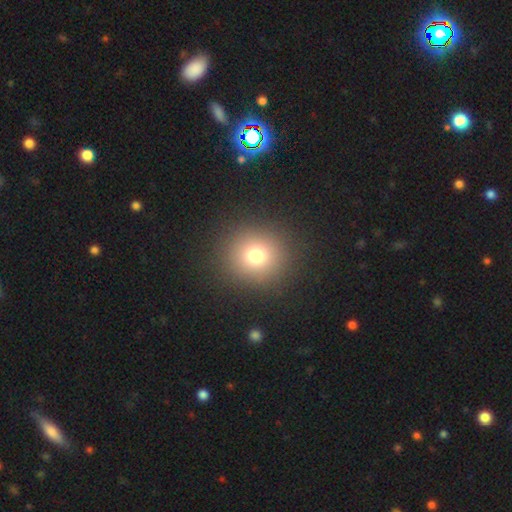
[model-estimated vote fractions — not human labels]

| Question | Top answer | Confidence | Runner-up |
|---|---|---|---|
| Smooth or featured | smooth | 75% | star or artifact (16%) |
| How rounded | round | 92% | in between (7%) |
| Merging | none | 90% | minor disturbance (5%) |